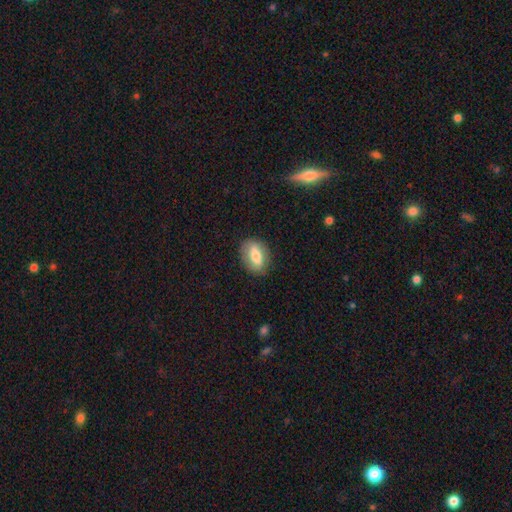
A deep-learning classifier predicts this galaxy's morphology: This is likely a smooth galaxy (70%). How rounded: clearly in between (82%). Merging: clearly none (83%).